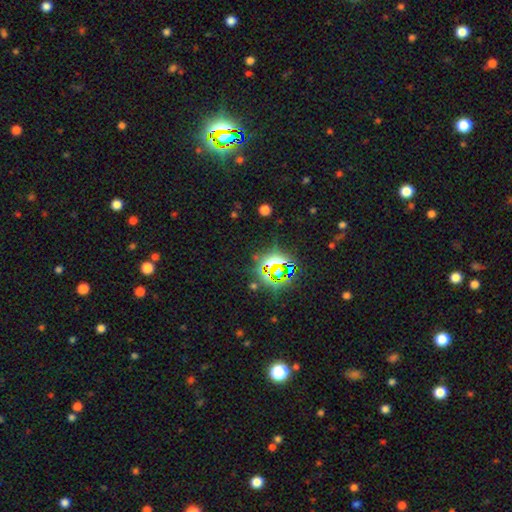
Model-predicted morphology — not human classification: Smooth or featured: star or artifact — 77% (smooth — 13%)